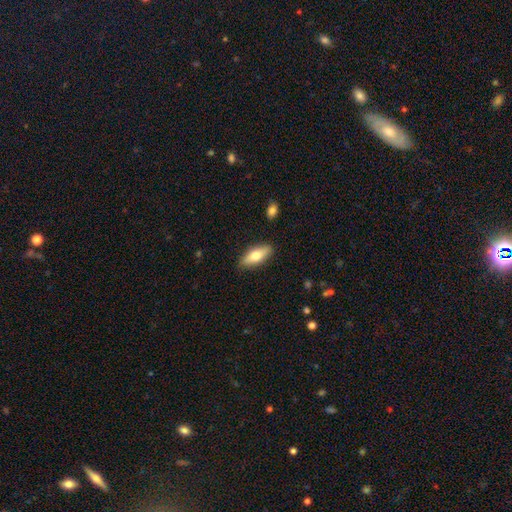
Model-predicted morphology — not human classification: Q: Smooth or featured?
A: smooth (66%); runner-up: featured or disk (28%)
Q: How rounded?
A: in between (71%); runner-up: cigar-shaped (26%)
Q: Merging?
A: none (86%); runner-up: minor disturbance (10%)